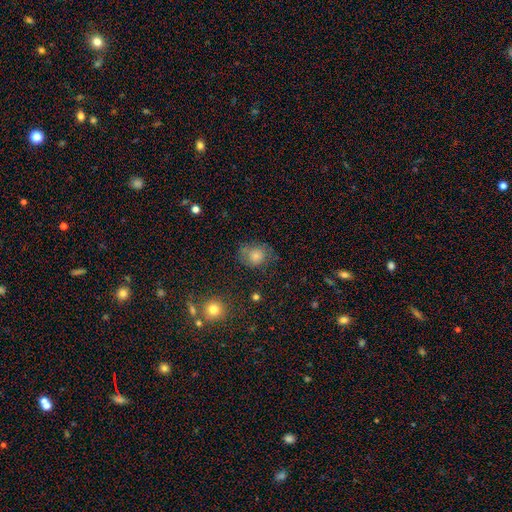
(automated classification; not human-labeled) Overall: smooth (77%). How rounded: round (67%; in between 32%). Merging: none (63%; minor disturbance 23%).